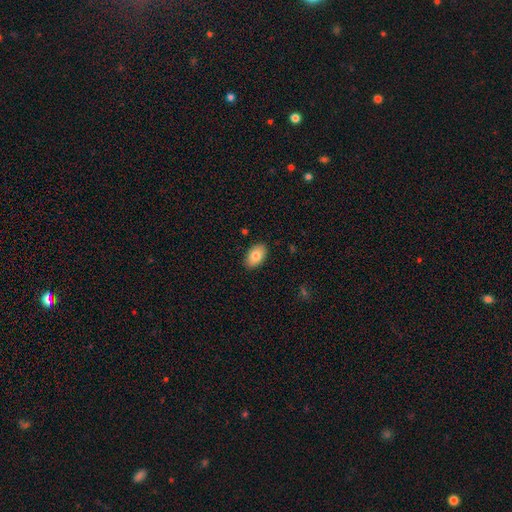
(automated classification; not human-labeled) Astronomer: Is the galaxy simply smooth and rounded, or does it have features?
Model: smooth — 82%.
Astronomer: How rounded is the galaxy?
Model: in between — 92%.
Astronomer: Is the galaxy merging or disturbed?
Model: none — 89%.